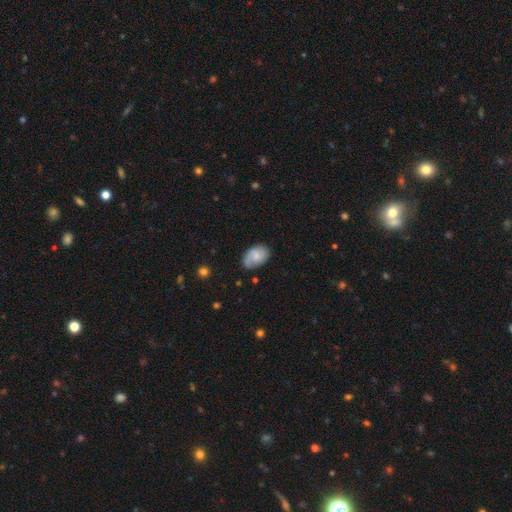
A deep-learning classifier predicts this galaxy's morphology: smooth 61%, featured or disk 32%, star or artifact 7%. Down the decision tree: how rounded — in between (88%); merging — none (69%).